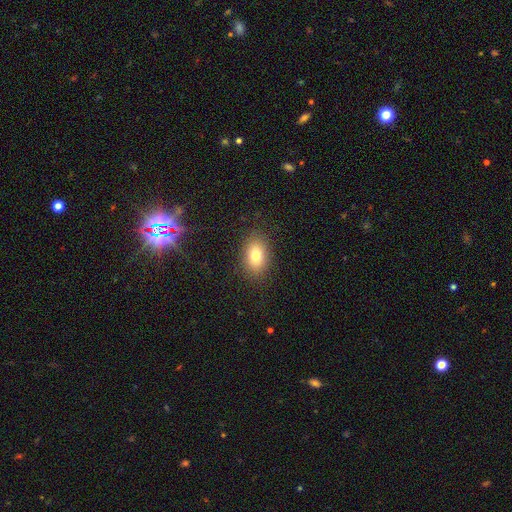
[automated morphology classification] smooth 78%, featured or disk 11%, star or artifact 10%. Down the decision tree: how rounded — in between (82%); merging — none (86%).